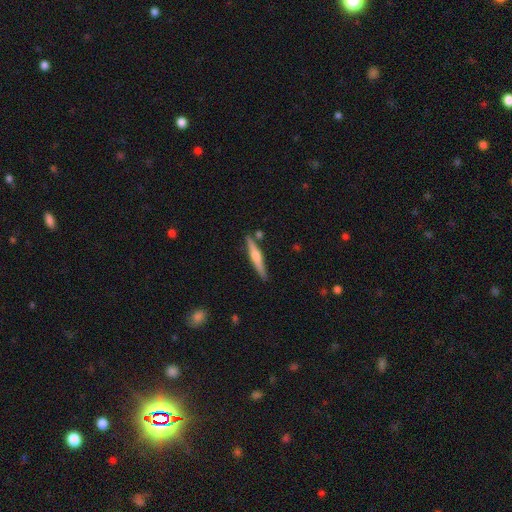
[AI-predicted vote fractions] This appears to be a featured or disk galaxy (62%) viewed edge-on (97%) with a rounded central bulge (87%). Merging: none (85%).